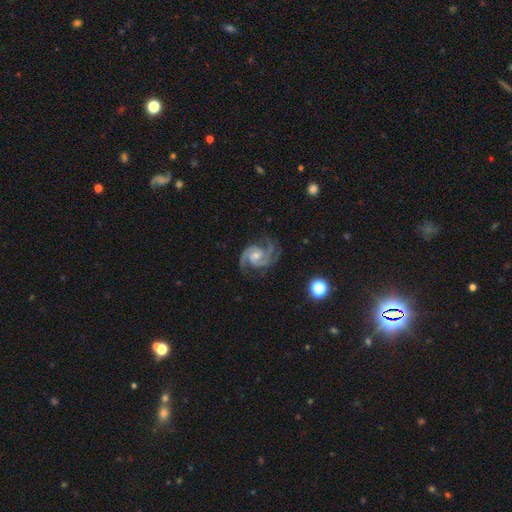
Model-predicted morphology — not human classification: smooth-or-featured: featured or disk: 93% | star or artifact: 4% | smooth: 3%
  disk-edge-on: no: 98% | yes: 2%
    bar: no: 58% | weak: 33% | strong: 9%
    has-spiral-arms: yes: 99% | no: 1%
      spiral-winding: medium: 53% | tight: 40% | loose: 7%
      spiral-arm-count: 2: 59% | 3: 28% | can't tell: 4% | 4: 4% | 1: 3% | more than 4: 3%
    bulge-size: small: 48% | moderate: 46% | none: 3% | large: 2% | dominant: 1%
  merging: none: 78% | minor disturbance: 15% | major disturbance: 6% | merger: 1%